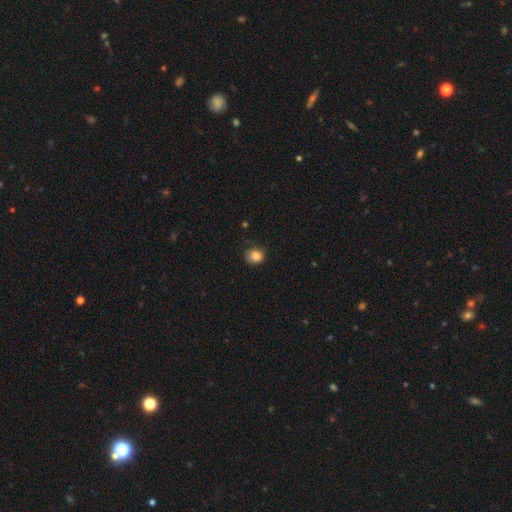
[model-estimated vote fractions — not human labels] Overall: smooth (85%). How rounded: round (73%). Merging: none (67%).